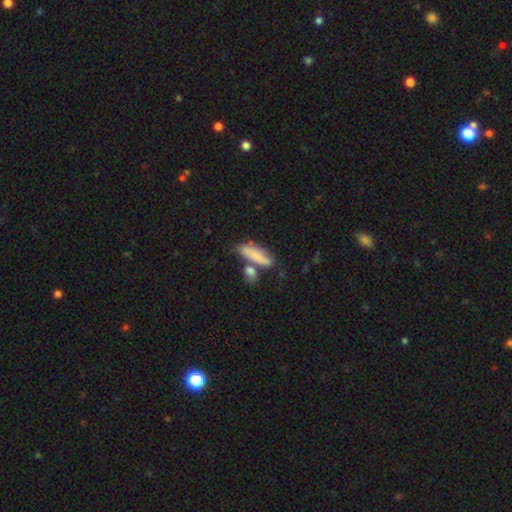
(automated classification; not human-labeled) Smooth or featured? smooth (77%)
How rounded? cigar-shaped (50%)
Merging? none (53%)